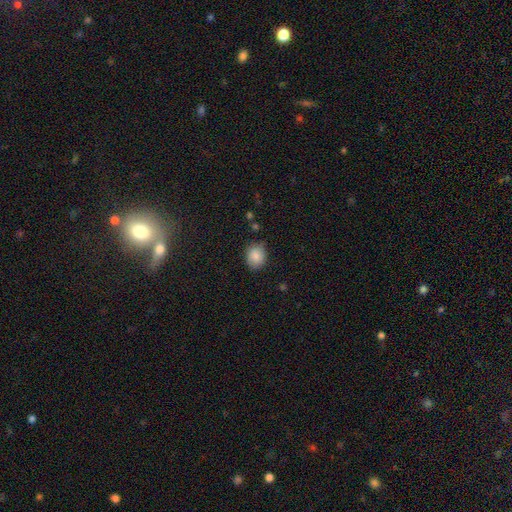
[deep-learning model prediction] This appears to be a smooth galaxy with no disk features (87%) that is round (56%). Merging: none (82%).